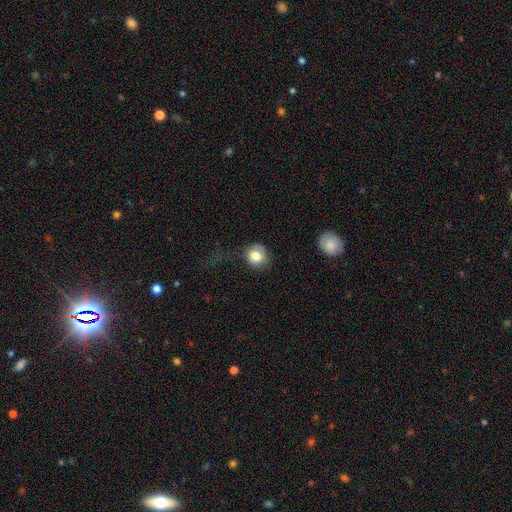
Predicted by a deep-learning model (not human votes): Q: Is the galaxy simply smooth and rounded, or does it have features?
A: smooth — 79%.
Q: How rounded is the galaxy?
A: round — 82%.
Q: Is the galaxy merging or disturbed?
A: none — 53%.